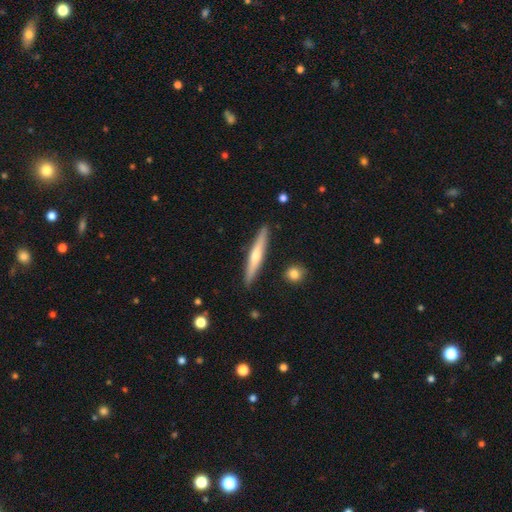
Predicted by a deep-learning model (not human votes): The model was most divided on "smooth or featured": featured or disk: 51%, smooth: 44%, star or artifact: 5%. More confident: edge-on disk — yes (95%); merging — none (90%).